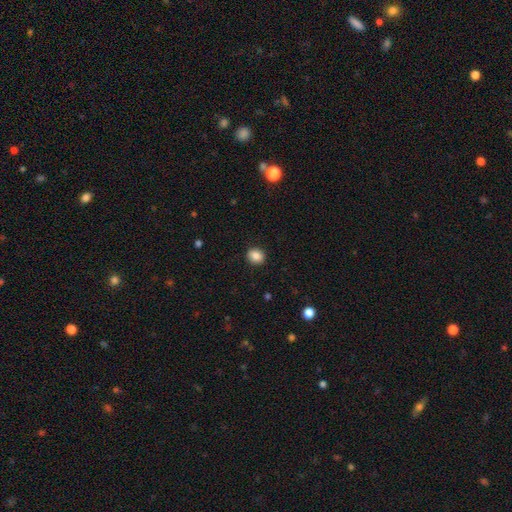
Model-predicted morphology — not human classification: This is clearly a smooth galaxy (86%). How rounded: likely round (71%). Merging: clearly none (90%).